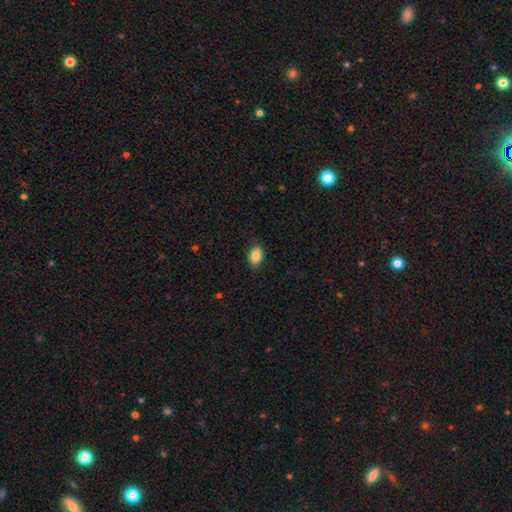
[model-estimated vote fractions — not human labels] smooth 84%, star or artifact 8%, featured or disk 8%. Down the decision tree: how rounded — in between (87%); merging — none (87%).